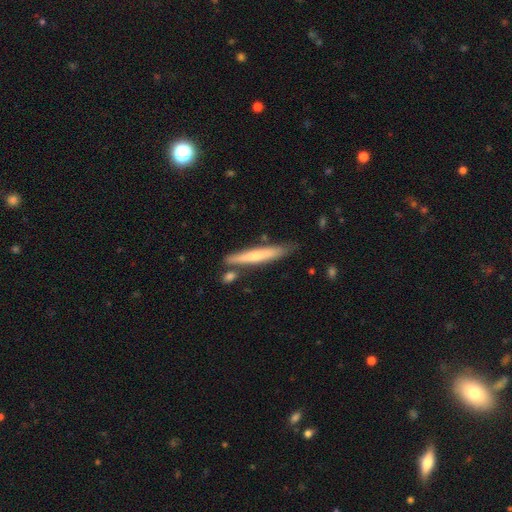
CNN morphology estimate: The model was most divided on "smooth or featured": smooth: 55%, featured or disk: 40%, star or artifact: 5%. More confident: how rounded — cigar-shaped (94%); merging — none (76%).